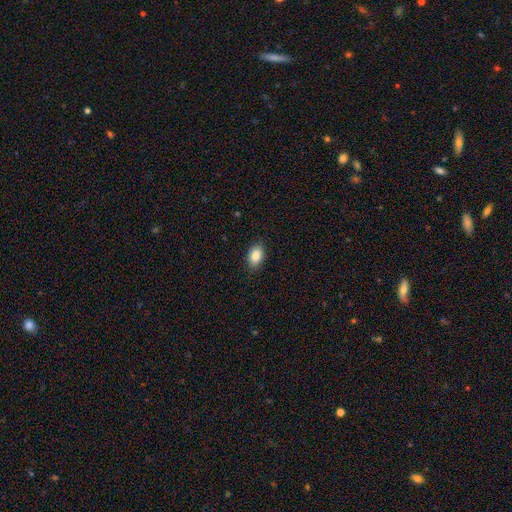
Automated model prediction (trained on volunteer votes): Smooth or featured?
  - smooth: 85% *
  - star or artifact: 8%
  - featured or disk: 7%
How rounded?
  - in between: 87% *
  - round: 11%
  - cigar-shaped: 1%
Merging?
  - none: 87% *
  - minor disturbance: 10%
  - major disturbance: 2%
  - merger: 1%